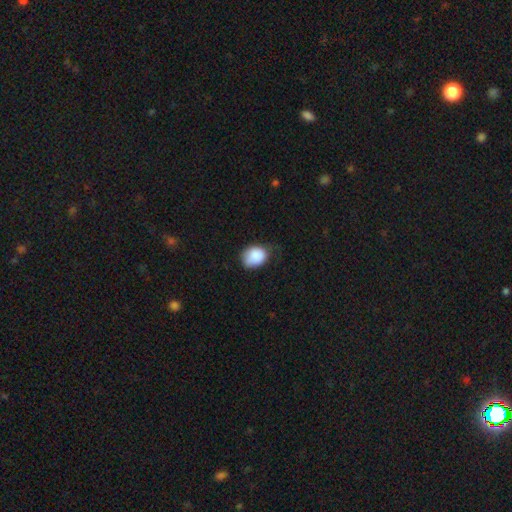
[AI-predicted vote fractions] Smooth or featured: smooth — 87% (star or artifact — 8%)
How rounded: in between — 56% (round — 43%)
Merging: none — 50% (minor disturbance — 39%)